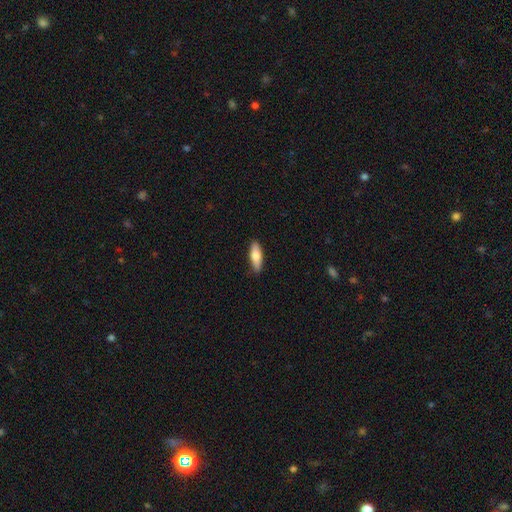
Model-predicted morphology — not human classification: Smooth or featured? smooth (73%)
How rounded? in between (57%)
Merging? none (85%)